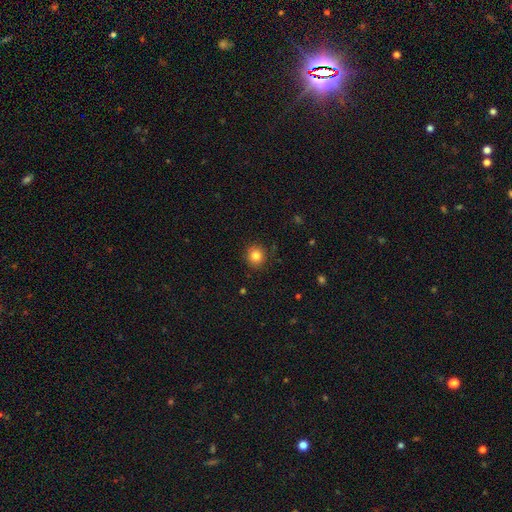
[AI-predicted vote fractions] smooth-or-featured: smooth: 83% | star or artifact: 11% | featured or disk: 6%
  how-rounded: round: 92% | in between: 7% | cigar-shaped: 1%
  merging: none: 90% | minor disturbance: 7% | major disturbance: 2% | merger: 1%